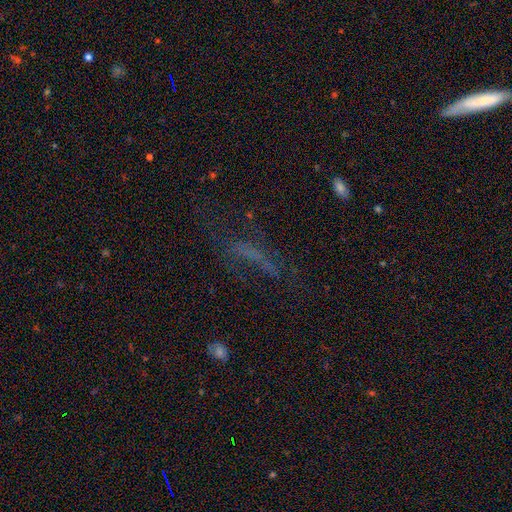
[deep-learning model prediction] Smooth or featured: smooth — 34% (featured or disk — 33%)
Merging: none — 51% (major disturbance — 25%)